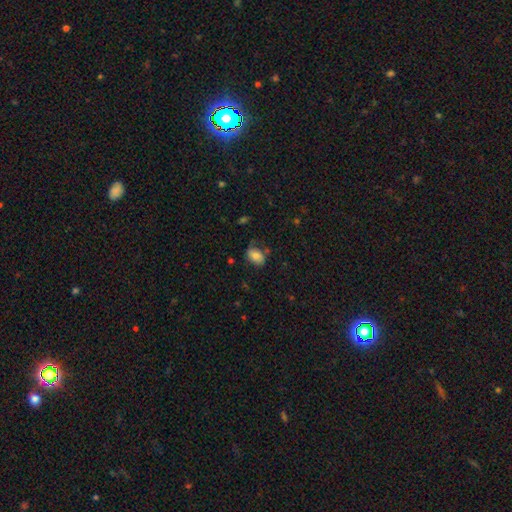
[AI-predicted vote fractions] Q: Smooth or featured?
A: smooth (76%); runner-up: featured or disk (16%)
Q: How rounded?
A: in between (82%); runner-up: round (17%)
Q: Merging?
A: none (61%); runner-up: minor disturbance (26%)